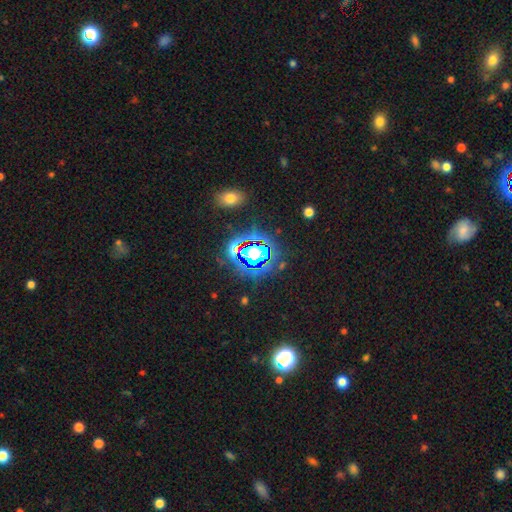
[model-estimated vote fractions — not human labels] star or artifact 70%, smooth 18%, featured or disk 12%.